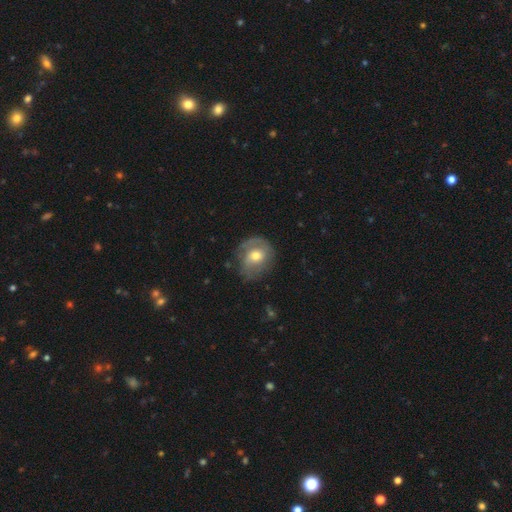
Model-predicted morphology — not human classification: Smooth or featured: featured or disk — 60% (smooth — 33%)
Edge-on disk: no — 96% (yes — 4%)
Bar: no — 61% (weak — 31%)
Spiral arms: yes — 79% (no — 21%)
Bulge size: moderate — 68% (small — 24%)
Merging: none — 61% (minor disturbance — 24%)